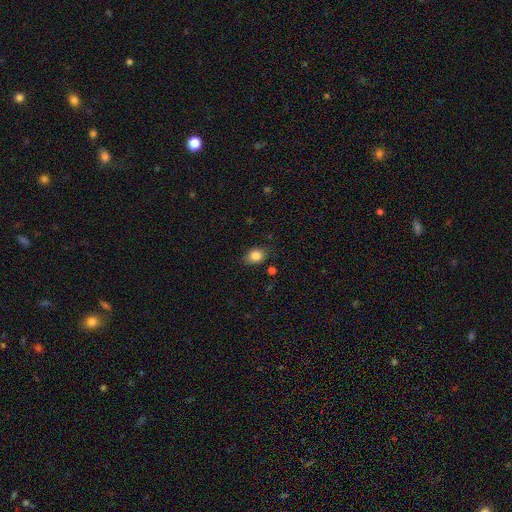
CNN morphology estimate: type=smooth (84%); roundness=in between (64%); merging=none (78%).